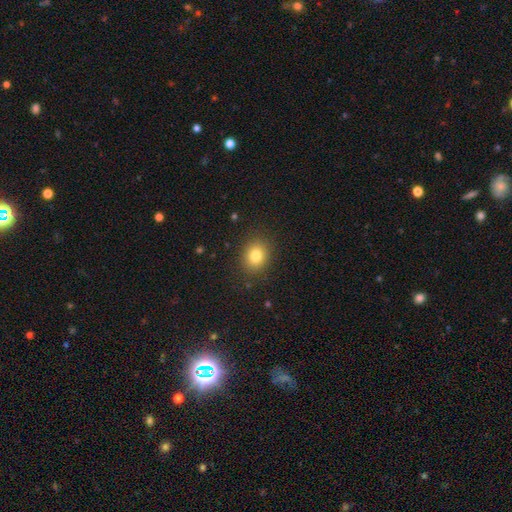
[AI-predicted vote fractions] This appears to be a smooth galaxy with no disk features (80%) that is round (62%). Merging: none (87%).